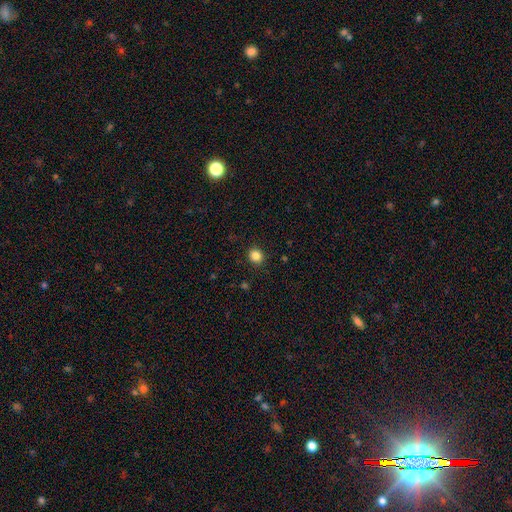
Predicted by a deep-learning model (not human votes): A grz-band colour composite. It shows a smooth galaxy with no disk features (84%) that is round (81%). Merging: none (91%).